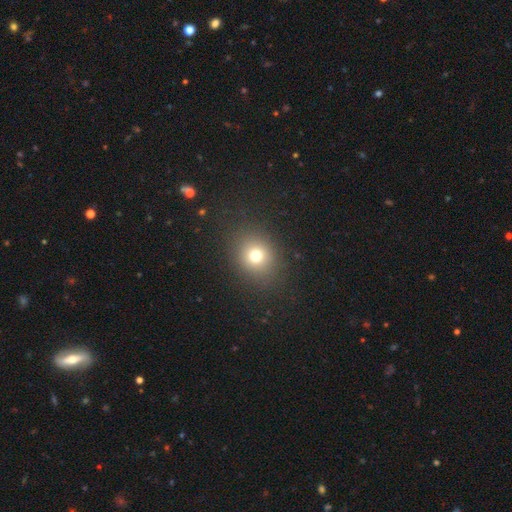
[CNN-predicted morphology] smooth 73%, star or artifact 17%, featured or disk 10%. Down the decision tree: how rounded — round (72%); merging — none (86%).